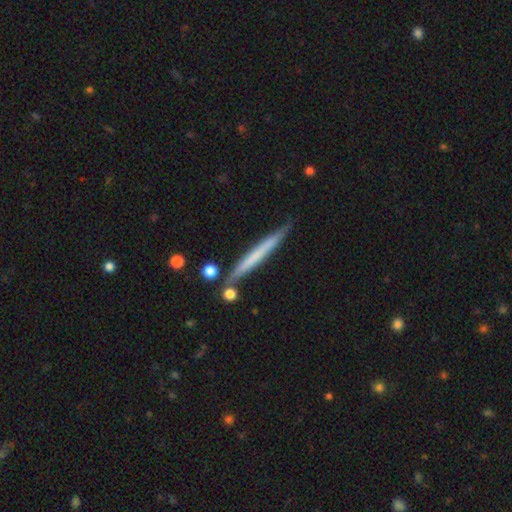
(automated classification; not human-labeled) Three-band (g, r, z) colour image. It shows a smooth galaxy with no disk features (49%). Merging: none (82%).